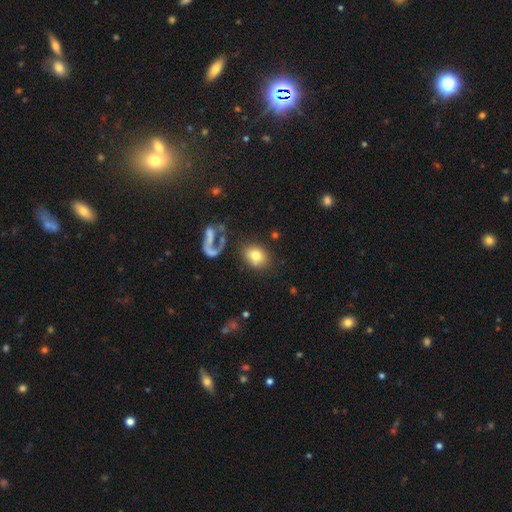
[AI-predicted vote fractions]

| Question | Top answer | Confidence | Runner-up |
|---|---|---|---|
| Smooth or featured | smooth | 74% | featured or disk (16%) |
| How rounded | in between | 52% | round (47%) |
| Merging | none | 67% | minor disturbance (12%) |